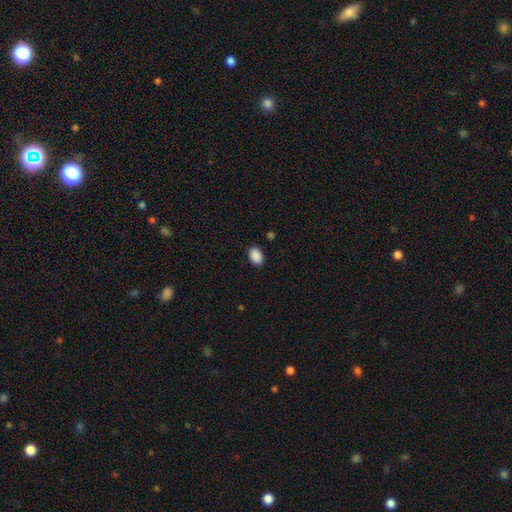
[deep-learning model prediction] This is clearly a smooth galaxy (90%). How rounded: clearly in between (84%). Merging: clearly none (88%).